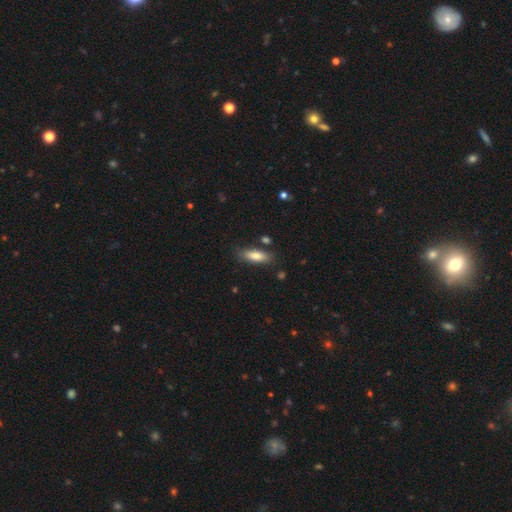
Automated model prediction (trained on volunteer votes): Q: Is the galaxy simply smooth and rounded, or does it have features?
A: smooth — 78%.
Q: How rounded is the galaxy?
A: in between — 59%.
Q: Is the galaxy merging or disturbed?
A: none — 80%.